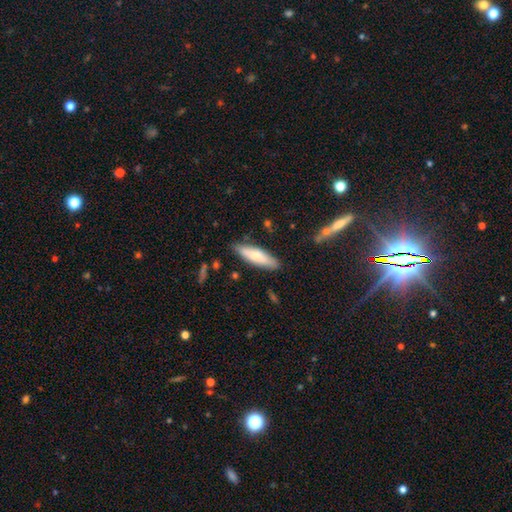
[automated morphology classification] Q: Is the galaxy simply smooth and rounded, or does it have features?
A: smooth — 66%.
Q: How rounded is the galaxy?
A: cigar-shaped — 58%.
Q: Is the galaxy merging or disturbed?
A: none — 84%.